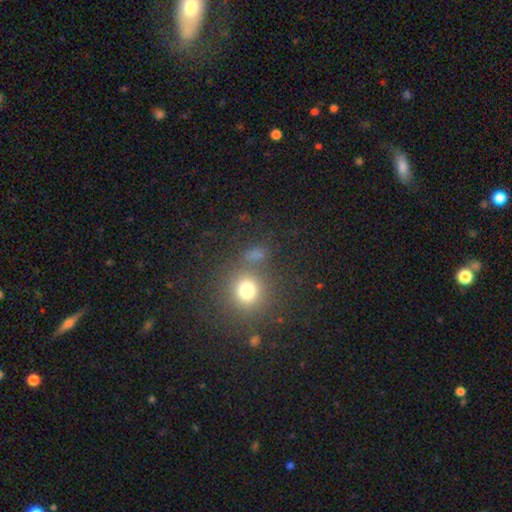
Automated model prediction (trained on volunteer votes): Smooth or featured: smooth — 67% (star or artifact — 25%)
How rounded: round — 76% (in between — 22%)
Merging: none — 69% (merger — 15%)